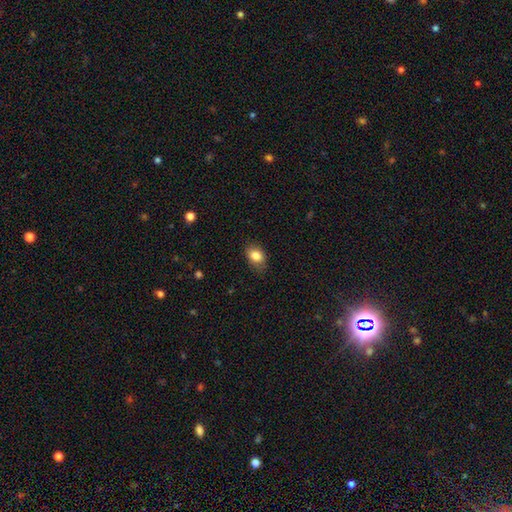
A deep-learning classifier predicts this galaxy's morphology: The model was most divided on "merging": none: 76%, minor disturbance: 19%, major disturbance: 4%, merger: 1%. More confident: smooth or featured — smooth (84%); how rounded — in between (78%).